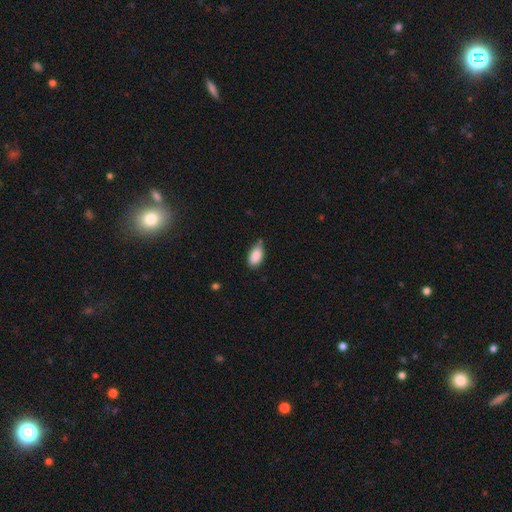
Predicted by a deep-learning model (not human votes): Q: Smooth or featured?
A: smooth (87%); runner-up: star or artifact (7%)
Q: How rounded?
A: in between (93%); runner-up: round (4%)
Q: Merging?
A: none (61%); runner-up: minor disturbance (32%)